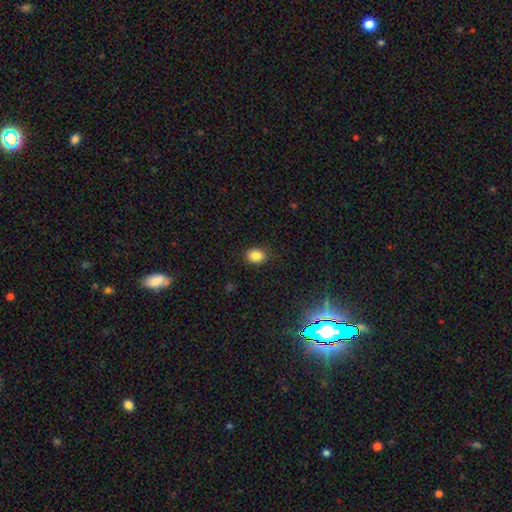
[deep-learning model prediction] Smooth or featured?
  - smooth: 85% *
  - star or artifact: 11%
  - featured or disk: 5%
How rounded?
  - in between: 58% *
  - round: 41%
  - cigar-shaped: 1%
Merging?
  - none: 86% *
  - minor disturbance: 10%
  - major disturbance: 3%
  - merger: 1%